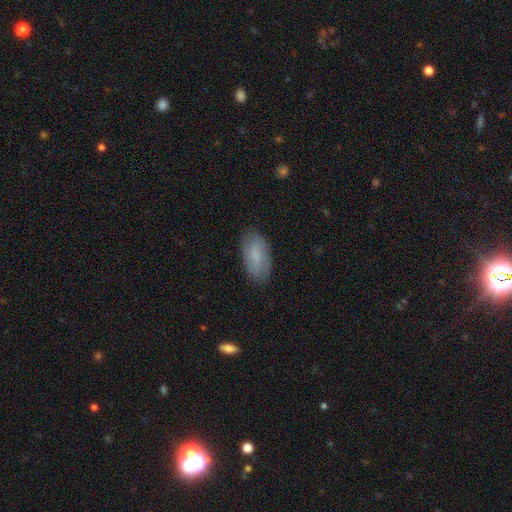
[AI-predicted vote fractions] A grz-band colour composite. It shows a smooth galaxy with no disk features (70%) that is in between round and cigar-shaped (92%). Merging: none (80%).